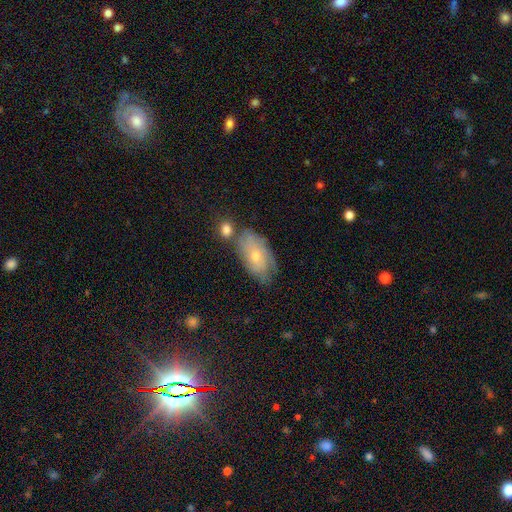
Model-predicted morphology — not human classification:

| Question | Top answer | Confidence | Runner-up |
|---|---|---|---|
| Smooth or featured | smooth | 46% | featured or disk (44%) |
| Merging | none | 58% | minor disturbance (24%) |